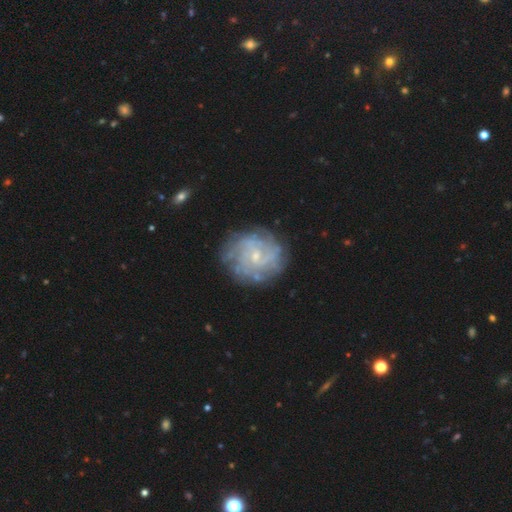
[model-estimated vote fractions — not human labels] Smooth or featured? featured or disk (76%)
Edge-on disk? no (98%)
Bar? no (56%)
Spiral arms? yes (87%)
Spiral winding? tight (63%)
Spiral arm count? can't tell (52%)
Bulge size? small (73%)
Merging? none (77%)